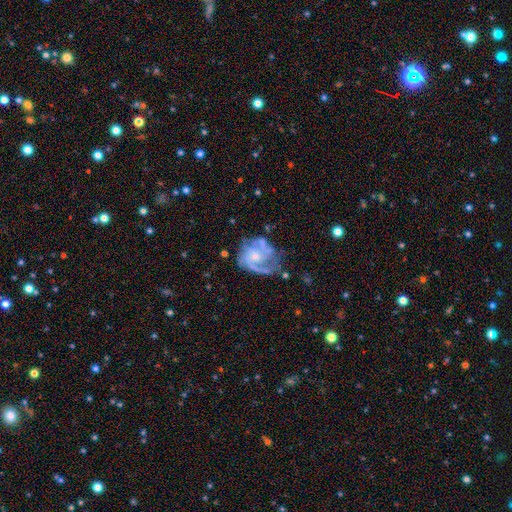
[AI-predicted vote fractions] This is clearly a featured or disk galaxy (82%). It is clearly not viewed edge-on (98%). Bar: likely no (66%). Spiral arm pattern: clearly yes (90%). Spiral arm count: marginally 2 (41%). Spiral winding: marginally medium (44%). Central bulge: possibly small (46%). Merging: possibly none (52%).